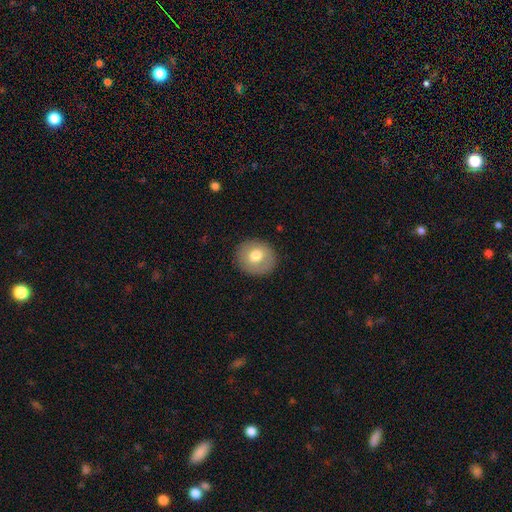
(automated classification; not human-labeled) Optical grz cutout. It shows a smooth galaxy with no disk features (70%) that is round (86%). Merging: none (88%).